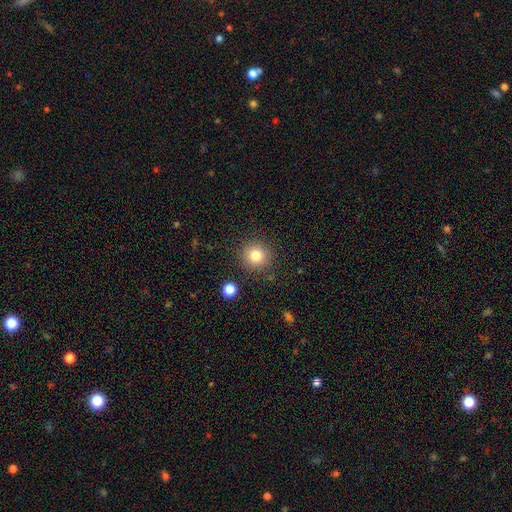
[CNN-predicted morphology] smooth_or_featured: smooth (p=0.81) [alt: star or artifact p=0.12]
how_rounded: round (p=0.94) [alt: in between p=0.05]
merging: none (p=0.88) [alt: minor disturbance p=0.07]